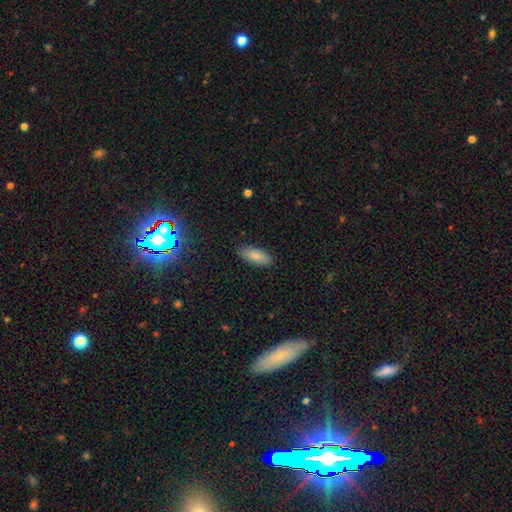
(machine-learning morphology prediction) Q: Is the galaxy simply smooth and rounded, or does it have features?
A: smooth — 85%.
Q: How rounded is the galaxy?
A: in between — 79%.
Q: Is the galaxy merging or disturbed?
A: none — 87%.